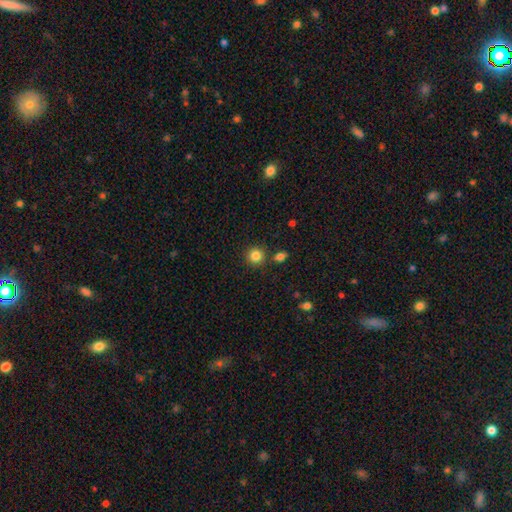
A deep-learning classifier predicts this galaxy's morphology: smooth_or_featured: smooth (p=0.85) [alt: star or artifact p=0.11]
how_rounded: round (p=0.92) [alt: in between p=0.07]
merging: none (p=0.84) [alt: minor disturbance p=0.07]